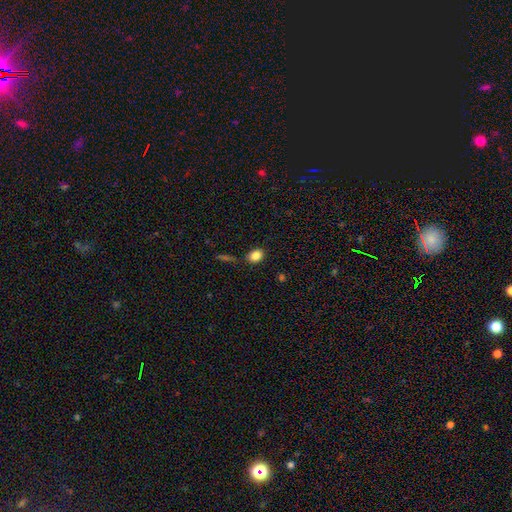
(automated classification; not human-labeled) smooth-or-featured: smooth: 84% | star or artifact: 10% | featured or disk: 6%
  how-rounded: in between: 61% | round: 37% | cigar-shaped: 2%
  merging: none: 81% | minor disturbance: 12% | merger: 4% | major disturbance: 3%